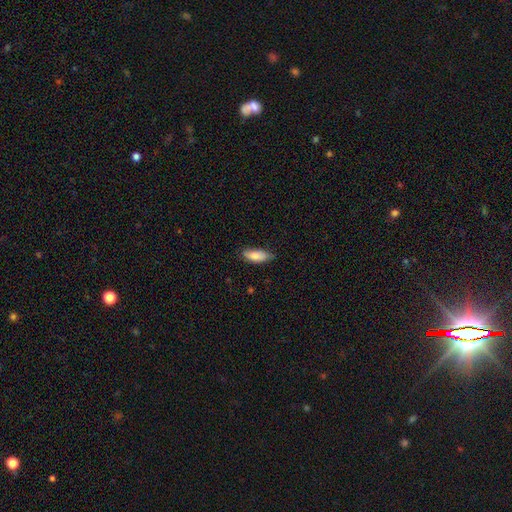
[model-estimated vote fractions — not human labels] Morphology: type=smooth (83%); roundness=in between (75%); merging=none (73%).